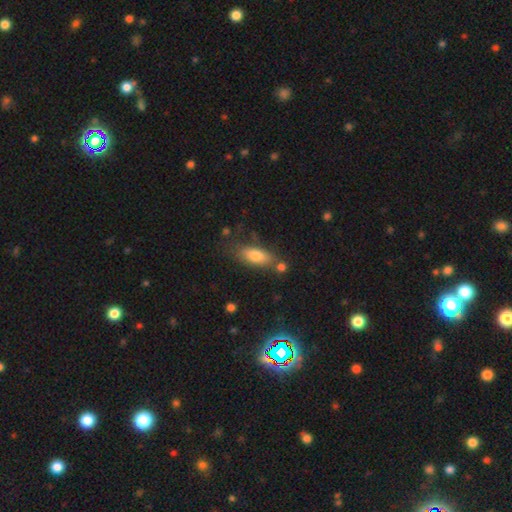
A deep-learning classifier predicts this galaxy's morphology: A smooth galaxy with no disk features (76%) that is in between round and cigar-shaped (75%). Merging: none (66%).